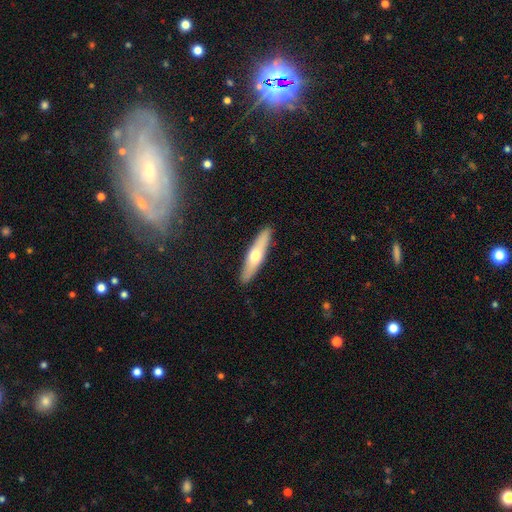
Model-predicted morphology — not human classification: type=featured or disk (48%); merging=none (90%).